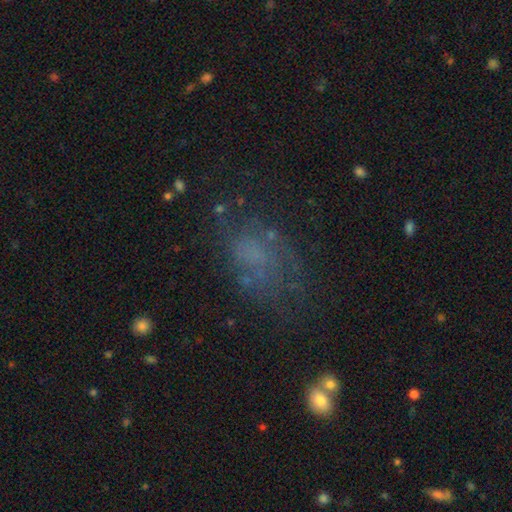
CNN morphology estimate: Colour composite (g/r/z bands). It shows a smooth galaxy with no disk features (41%). Merging: none (51%).